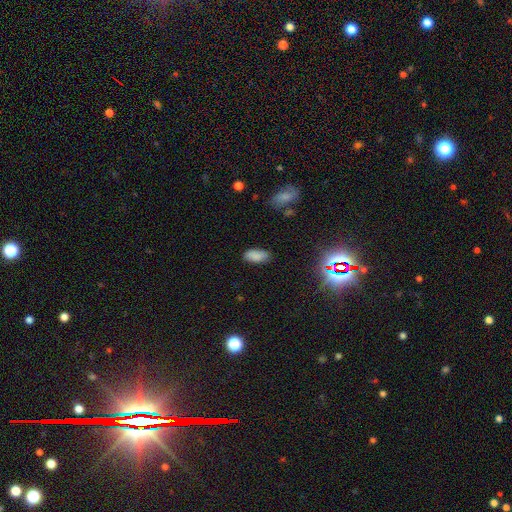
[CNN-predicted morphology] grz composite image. It shows a smooth galaxy with no disk features (84%) that is in between round and cigar-shaped (90%). Merging: none (81%).